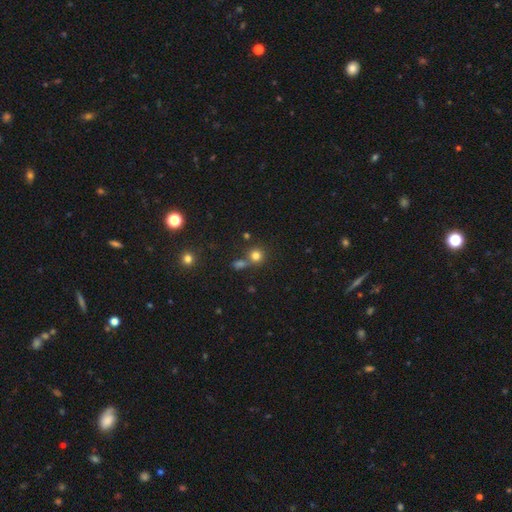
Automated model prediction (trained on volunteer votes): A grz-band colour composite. It shows a smooth galaxy with no disk features (77%) that is round (91%). Merging: none (66%).